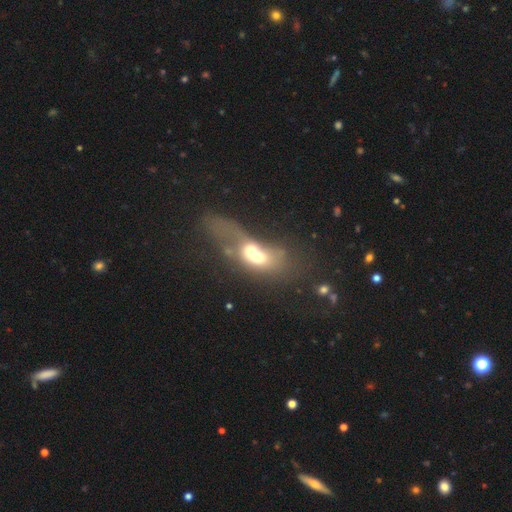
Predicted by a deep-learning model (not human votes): Smooth or featured? smooth (46%)
Merging? merger (76%)